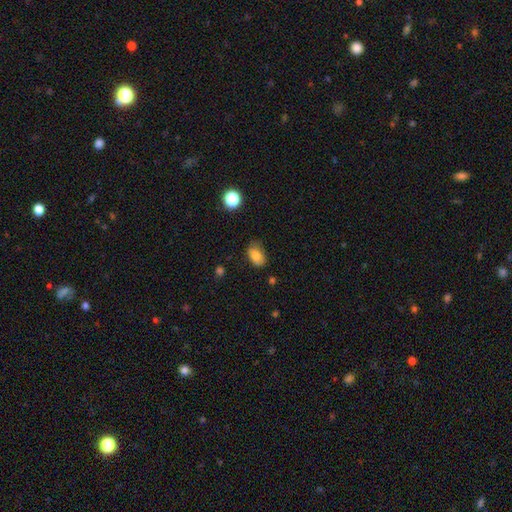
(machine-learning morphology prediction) smooth_or_featured: smooth (p=0.80) [alt: featured or disk p=0.11]
how_rounded: in between (p=0.85) [alt: round p=0.14]
merging: none (p=0.66) [alt: minor disturbance p=0.26]